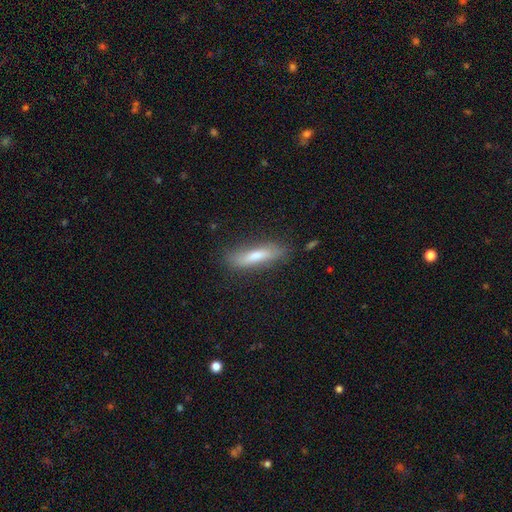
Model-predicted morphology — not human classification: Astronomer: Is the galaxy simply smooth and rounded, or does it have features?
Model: smooth — 62%.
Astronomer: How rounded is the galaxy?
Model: cigar-shaped — 75%.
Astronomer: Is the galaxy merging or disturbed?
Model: none — 79%.